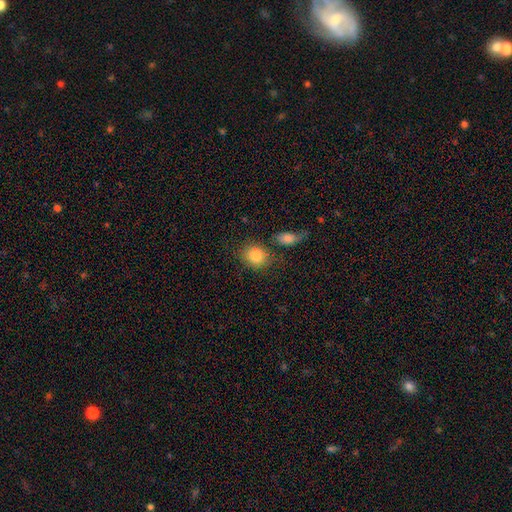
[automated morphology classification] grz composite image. It shows a smooth galaxy with no disk features (84%) that is round (60%). Merging: none (67%).